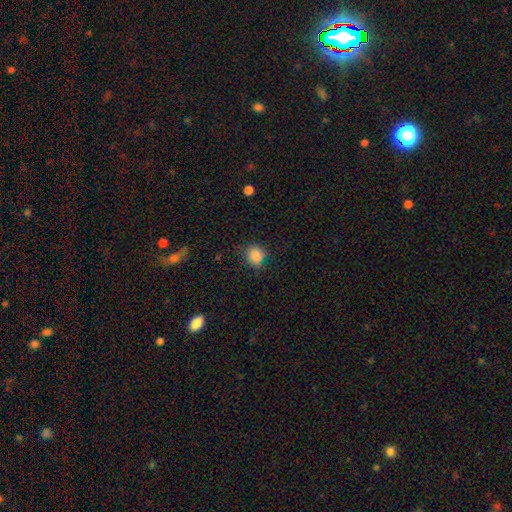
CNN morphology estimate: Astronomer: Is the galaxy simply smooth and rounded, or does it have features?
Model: smooth — 85%.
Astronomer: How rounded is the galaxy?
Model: round — 79%.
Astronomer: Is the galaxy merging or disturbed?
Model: none — 76%.